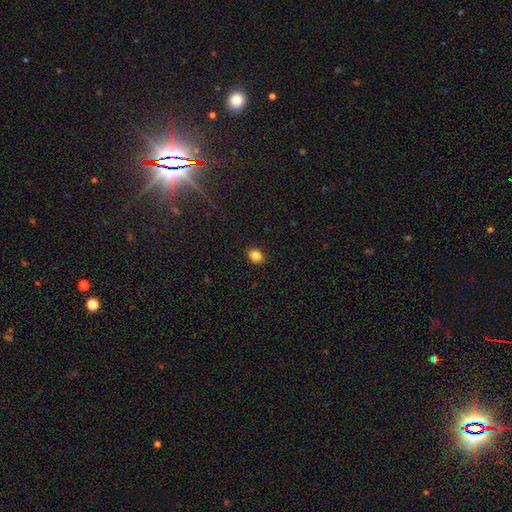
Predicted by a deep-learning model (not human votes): smooth 86%, star or artifact 11%, featured or disk 4%. Down the decision tree: how rounded — in between (51%); merging — none (90%).